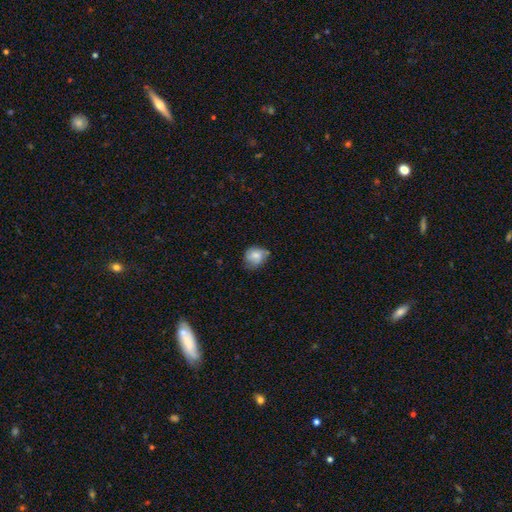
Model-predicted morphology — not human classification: A smooth galaxy with no disk features (76%) that is round (65%).

Vote fractions:
- Smooth or featured? smooth: 76% / featured or disk: 16% / star or artifact: 8%
- How rounded? round: 65% / in between: 34% / cigar-shaped: 1%
- Merging? none: 60% / minor disturbance: 31% / major disturbance: 7% / merger: 3%